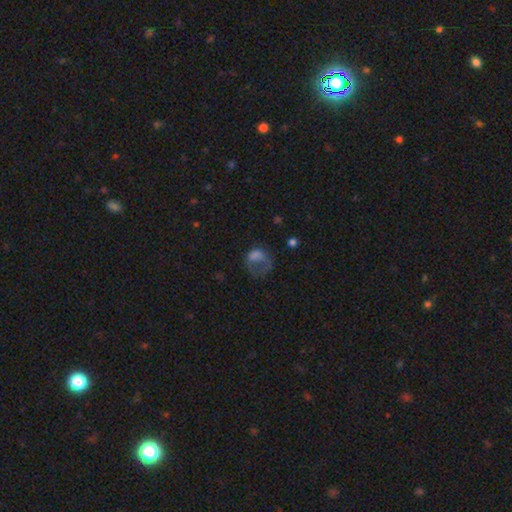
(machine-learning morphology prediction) smooth_or_featured: smooth (p=0.58) [alt: featured or disk p=0.27]
how_rounded: in between (p=0.50) [alt: round p=0.49]
merging: major disturbance (p=0.49) [alt: none p=0.27]